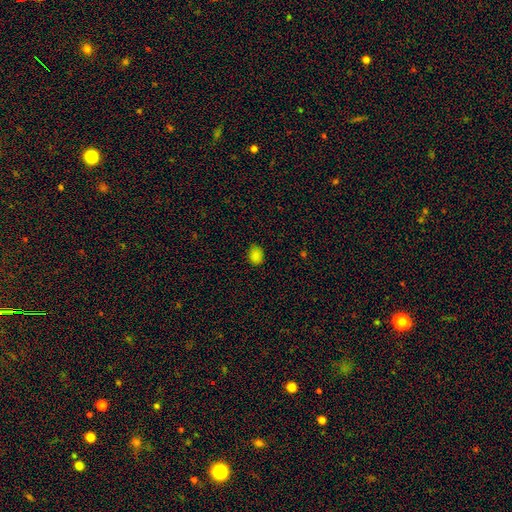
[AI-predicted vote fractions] smooth-or-featured: smooth: 83% | star or artifact: 13% | featured or disk: 4%
  how-rounded: round: 51% | in between: 48% | cigar-shaped: 1%
  merging: none: 82% | minor disturbance: 14% | major disturbance: 3% | merger: 1%